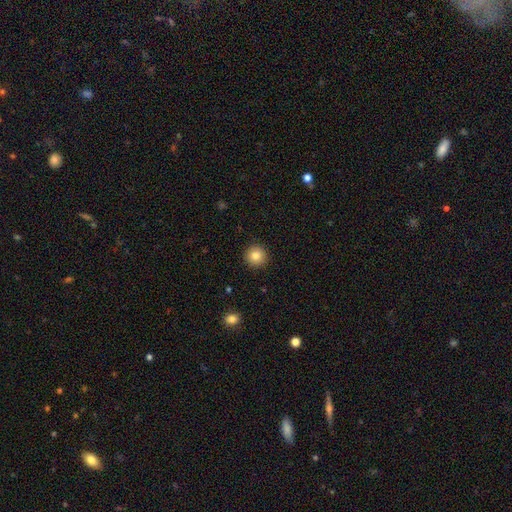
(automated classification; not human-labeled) Smooth or featured: smooth — 83% (star or artifact — 10%)
How rounded: round — 95% (in between — 4%)
Merging: none — 92% (minor disturbance — 5%)